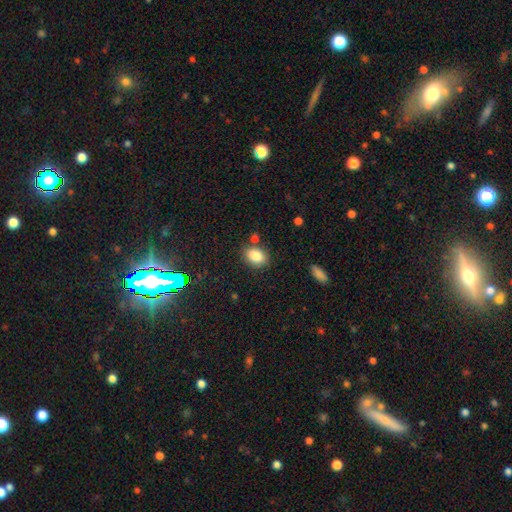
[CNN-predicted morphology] This is clearly a smooth galaxy (86%). How rounded: likely in between (73%). Merging: likely none (75%).